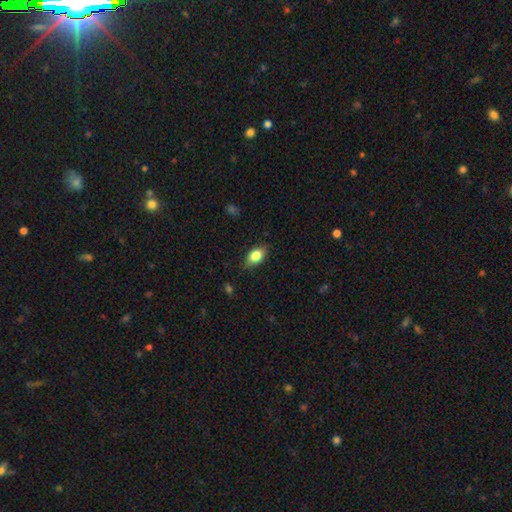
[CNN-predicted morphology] A smooth galaxy with no disk features (80%) that is in between round and cigar-shaped (84%). Merging: none (81%).